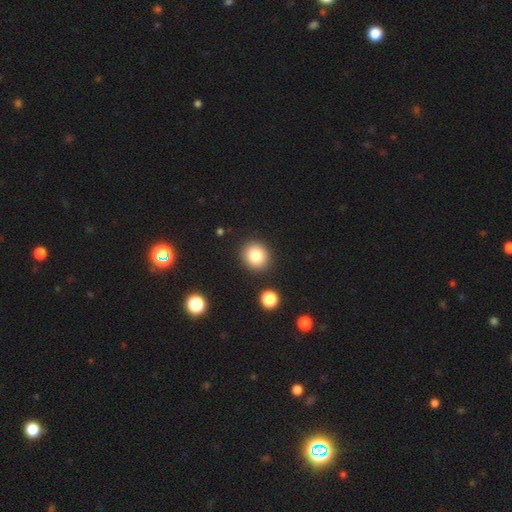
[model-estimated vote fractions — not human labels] Morphology: type=smooth (81%); roundness=round (85%); merging=none (89%).